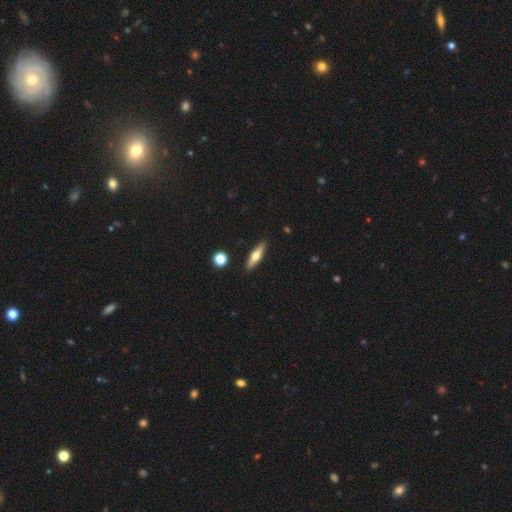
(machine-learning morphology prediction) Smooth or featured? Predicted: smooth (p=0.49). Merging? Predicted: none (p=0.90).